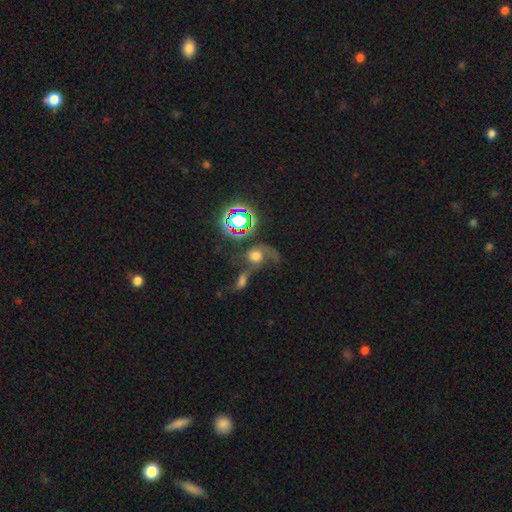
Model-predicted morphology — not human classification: smooth 39%, featured or disk 36%, star or artifact 25%. Down the decision tree: merging — merger (49%).